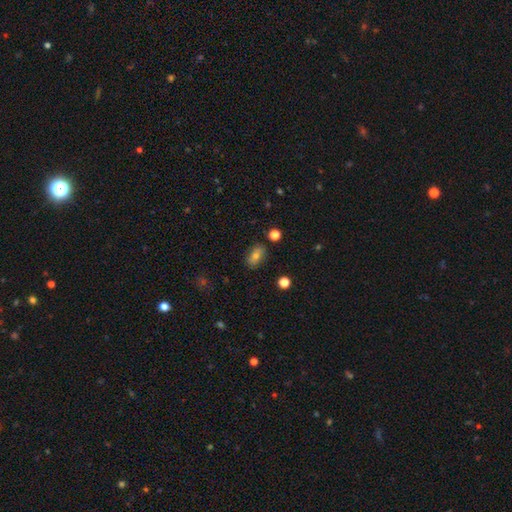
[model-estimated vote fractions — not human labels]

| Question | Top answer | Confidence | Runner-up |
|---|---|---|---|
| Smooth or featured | smooth | 69% | featured or disk (18%) |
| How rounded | in between | 82% | round (15%) |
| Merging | none | 80% | minor disturbance (14%) |